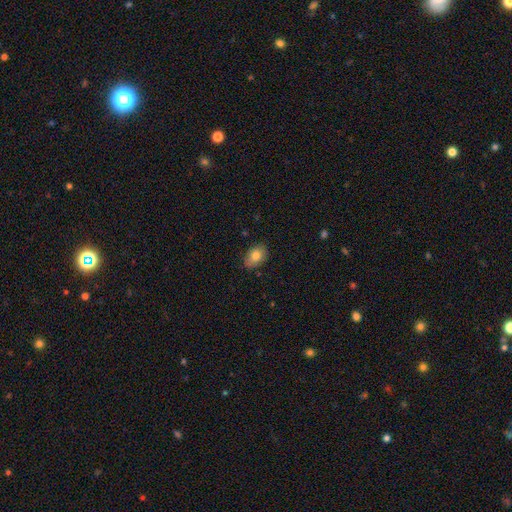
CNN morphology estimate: smooth 81%, featured or disk 11%, star or artifact 8%. Down the decision tree: how rounded — in between (78%); merging — none (80%).